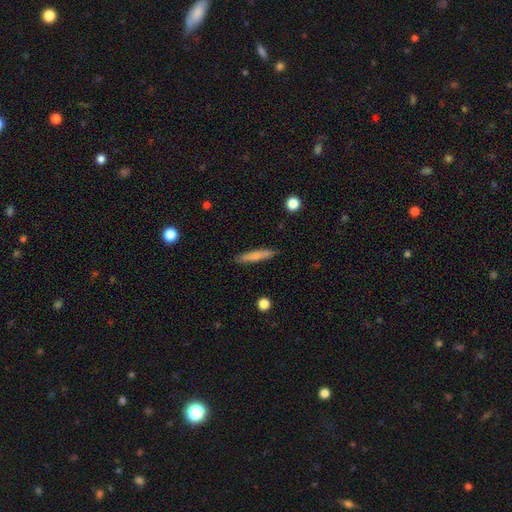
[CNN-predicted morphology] This is likely a smooth galaxy (75%). How rounded: clearly cigar-shaped (90%). Merging: clearly none (88%).